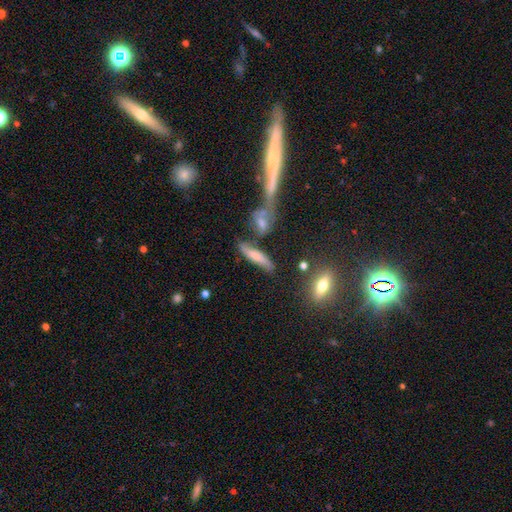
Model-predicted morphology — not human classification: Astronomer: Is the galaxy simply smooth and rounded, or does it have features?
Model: smooth — 58% (runner-up: featured or disk, 33%).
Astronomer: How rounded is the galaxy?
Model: cigar-shaped — 76%.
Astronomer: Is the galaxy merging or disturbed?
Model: none — 54%.